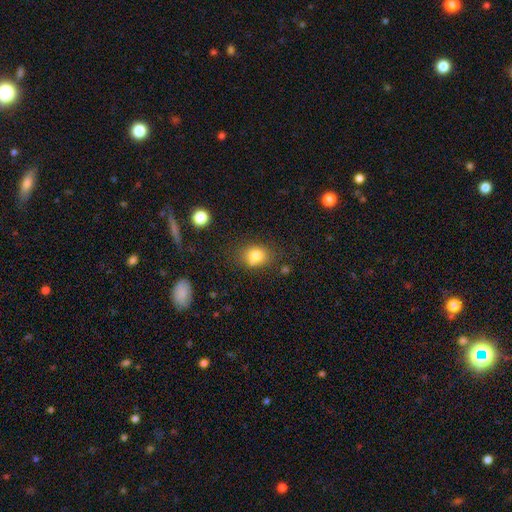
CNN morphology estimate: Smooth or featured?
  - smooth: 78% *
  - star or artifact: 12%
  - featured or disk: 10%
How rounded?
  - round: 54% *
  - in between: 45%
  - cigar-shaped: 1%
Merging?
  - none: 63% *
  - minor disturbance: 18%
  - merger: 13%
  - major disturbance: 6%